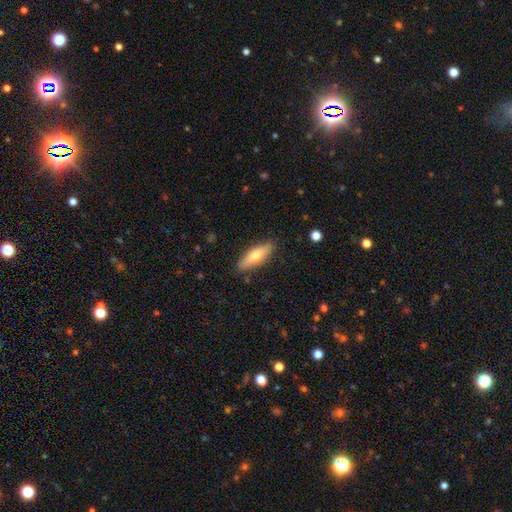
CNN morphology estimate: Smooth or featured?
  - smooth: 60% *
  - featured or disk: 34%
  - star or artifact: 6%
How rounded?
  - cigar-shaped: 49% *
  - in between: 48%
  - round: 2%
Merging?
  - none: 86% *
  - minor disturbance: 10%
  - major disturbance: 2%
  - merger: 1%